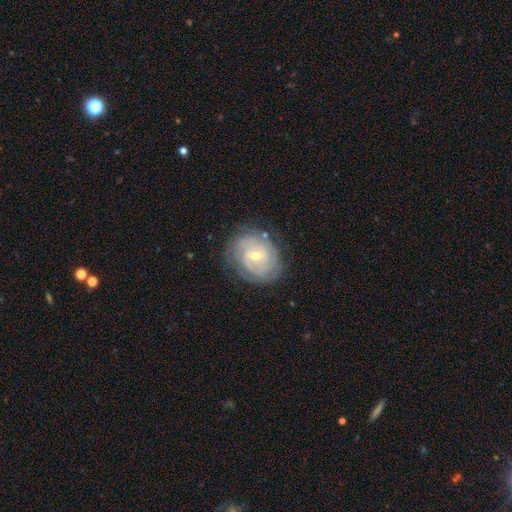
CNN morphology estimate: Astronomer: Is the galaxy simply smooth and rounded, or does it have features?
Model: featured or disk — 80%.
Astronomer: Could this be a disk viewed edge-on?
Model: no — 97%.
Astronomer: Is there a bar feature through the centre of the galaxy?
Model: weak — 51% (runner-up: no, 34%).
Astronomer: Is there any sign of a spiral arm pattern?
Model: yes — 90%.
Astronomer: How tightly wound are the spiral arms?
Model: tight — 70%.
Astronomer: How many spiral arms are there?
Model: can't tell — 41% (runner-up: 2, 27%).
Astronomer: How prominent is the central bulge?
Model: small — 56% (runner-up: moderate, 41%).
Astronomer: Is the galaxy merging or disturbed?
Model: none — 77%.